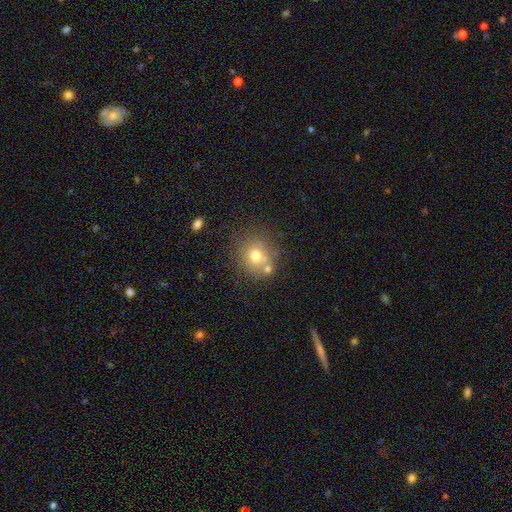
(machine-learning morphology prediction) smooth-or-featured: smooth: 68% | featured or disk: 18% | star or artifact: 14%
  how-rounded: round: 79% | in between: 20% | cigar-shaped: 1%
  merging: none: 62% | merger: 20% | minor disturbance: 13% | major disturbance: 5%